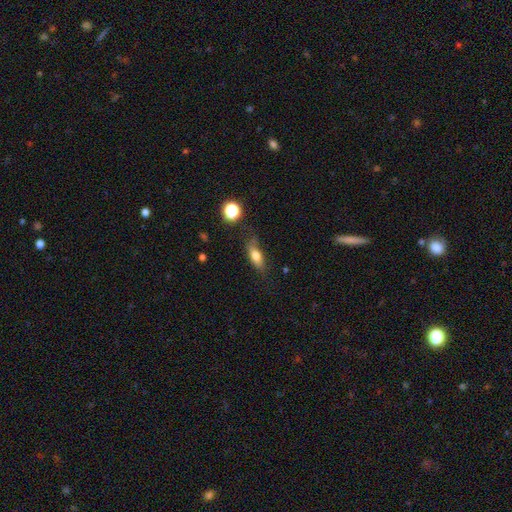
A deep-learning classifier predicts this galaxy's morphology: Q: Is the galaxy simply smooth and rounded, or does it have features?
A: smooth — 72%.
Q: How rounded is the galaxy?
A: in between — 67%.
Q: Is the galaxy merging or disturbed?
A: none — 63%.